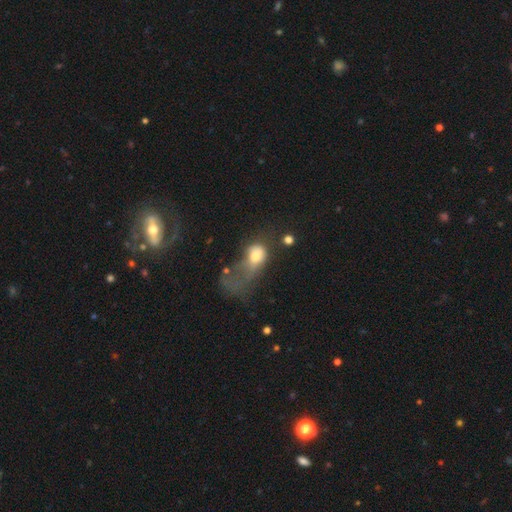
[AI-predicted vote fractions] Smooth or featured?
  - smooth: 62% *
  - featured or disk: 27%
  - star or artifact: 11%
How rounded?
  - in between: 73% *
  - round: 24%
  - cigar-shaped: 3%
Merging?
  - major disturbance: 70% *
  - minor disturbance: 11%
  - merger: 10%
  - none: 10%